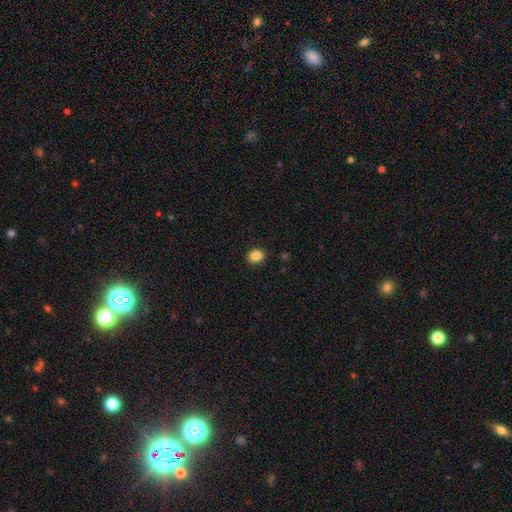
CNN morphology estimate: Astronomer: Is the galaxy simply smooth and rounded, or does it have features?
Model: smooth — 86%.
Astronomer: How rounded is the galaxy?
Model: in between — 54% (runner-up: round, 45%).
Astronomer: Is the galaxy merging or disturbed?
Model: none — 89%.